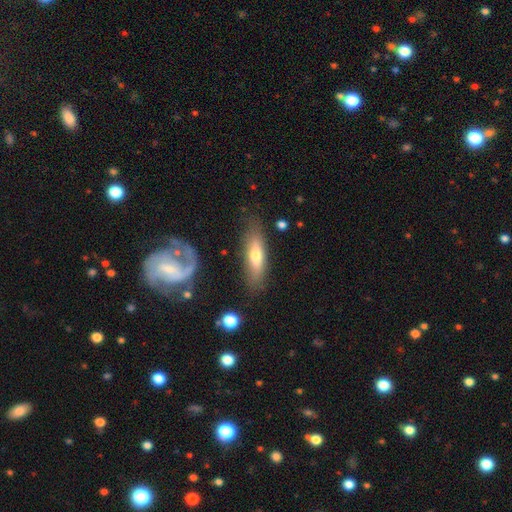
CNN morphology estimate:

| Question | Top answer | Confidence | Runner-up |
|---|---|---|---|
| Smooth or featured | smooth | 56% | featured or disk (37%) |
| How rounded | cigar-shaped | 58% | in between (40%) |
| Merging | none | 76% | minor disturbance (15%) |